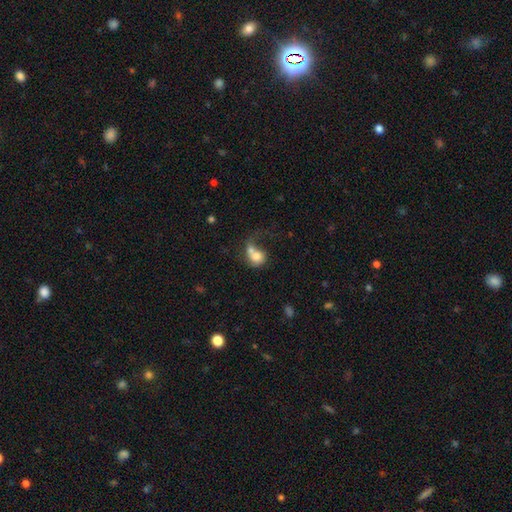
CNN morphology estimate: Overall: smooth (66%). How rounded: round (68%; in between 31%). Merging: merger (49%; major disturbance 22%).